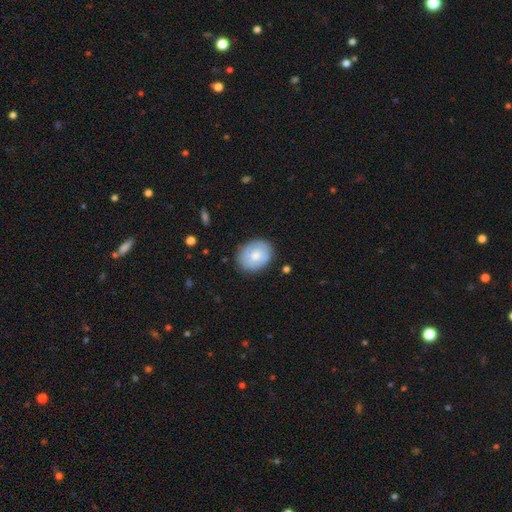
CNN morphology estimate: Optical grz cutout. It shows a smooth galaxy with no disk features (69%) that is in between round and cigar-shaped (52%). Merging: none (81%).